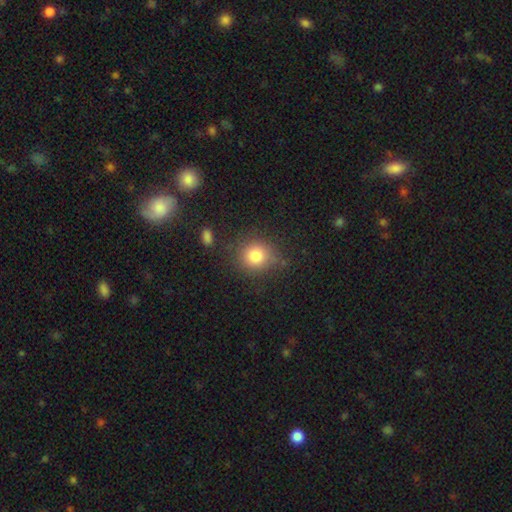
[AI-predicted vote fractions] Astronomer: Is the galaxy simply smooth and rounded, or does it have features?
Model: smooth — 81%.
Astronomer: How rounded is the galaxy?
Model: round — 83%.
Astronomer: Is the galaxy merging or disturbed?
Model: none — 77%.